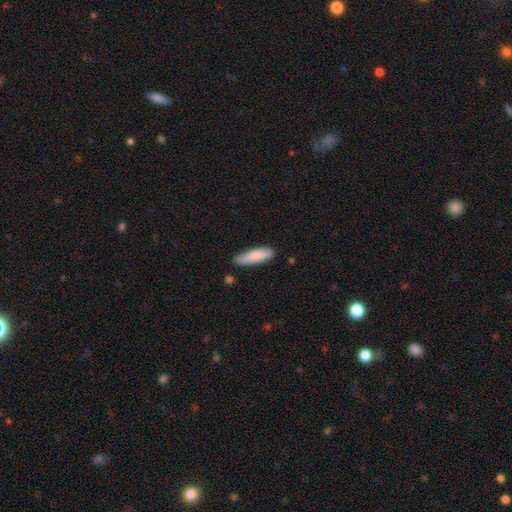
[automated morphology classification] This is clearly a smooth galaxy (83%). How rounded: likely cigar-shaped (67%). Merging: likely none (79%).